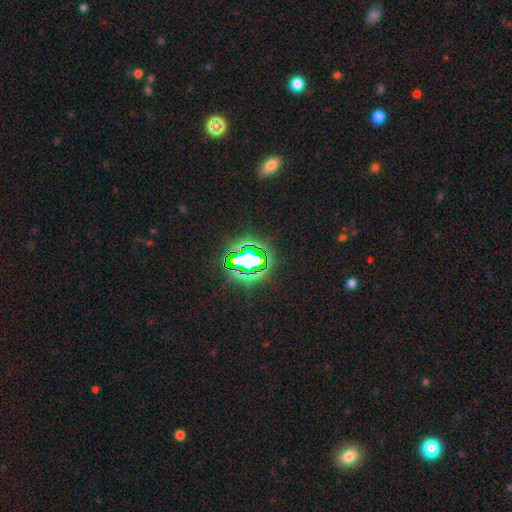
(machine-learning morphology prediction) smooth-or-featured: star or artifact: 81% | smooth: 12% | featured or disk: 7%